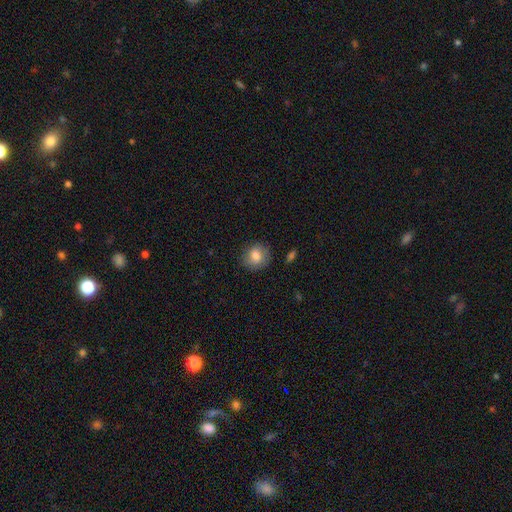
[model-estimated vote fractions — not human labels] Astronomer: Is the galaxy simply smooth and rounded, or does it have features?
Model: smooth — 80%.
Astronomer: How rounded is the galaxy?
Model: round — 78%.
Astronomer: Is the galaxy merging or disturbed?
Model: none — 79%.